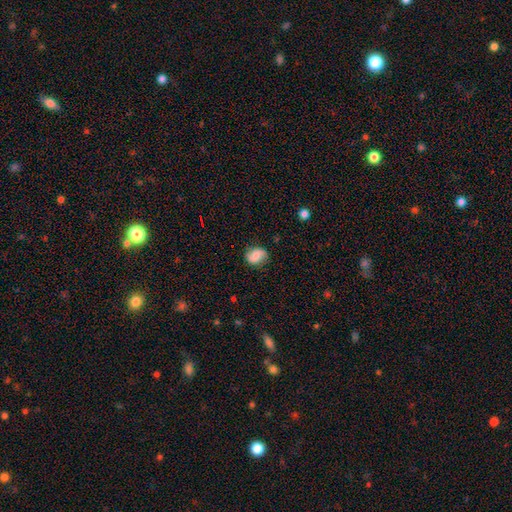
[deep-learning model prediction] smooth 65%, featured or disk 26%, star or artifact 9%. Down the decision tree: how rounded — in between (49%, tied with round); merging — none (79%).